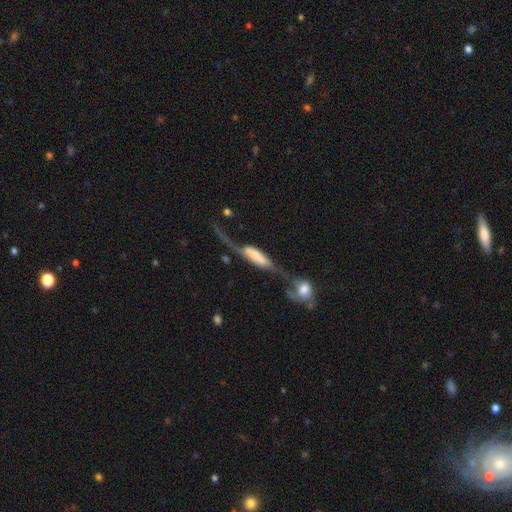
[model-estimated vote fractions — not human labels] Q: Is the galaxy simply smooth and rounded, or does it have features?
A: featured or disk — 60%.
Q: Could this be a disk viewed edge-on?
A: no — 66%.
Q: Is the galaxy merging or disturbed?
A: merger — 61%.